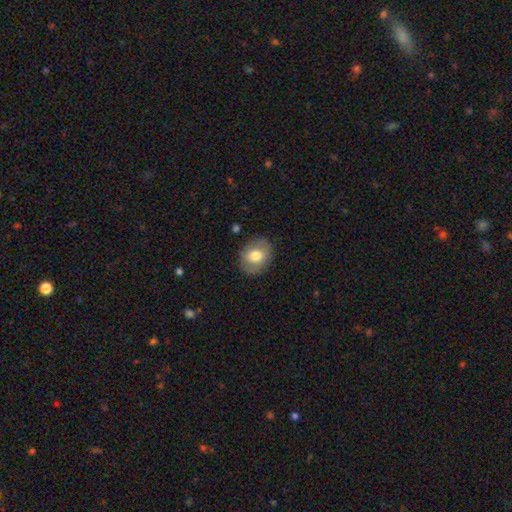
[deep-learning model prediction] A smooth galaxy with no disk features (69%) that is round (53%).

Vote fractions:
- Smooth or featured? smooth: 69% / featured or disk: 24% / star or artifact: 7%
- How rounded? round: 53% / in between: 46% / cigar-shaped: 1%
- Merging? none: 85% / minor disturbance: 11% / major disturbance: 3% / merger: 1%